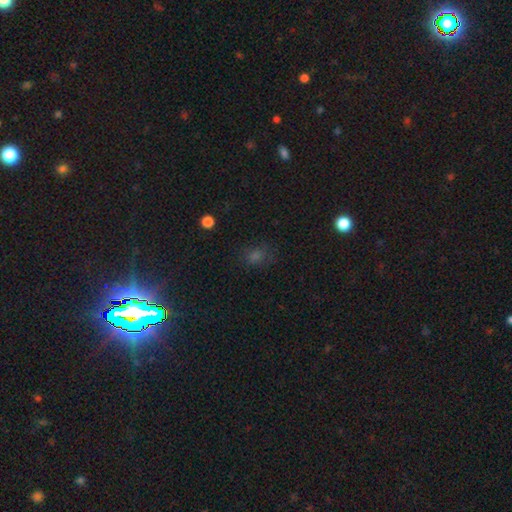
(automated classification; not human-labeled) Smooth or featured?
  - smooth: 47% *
  - star or artifact: 42%
  - featured or disk: 11%
Merging?
  - none: 74% *
  - minor disturbance: 15%
  - major disturbance: 9%
  - merger: 2%